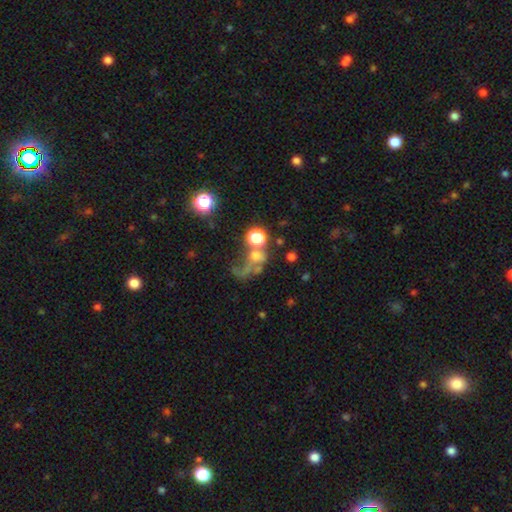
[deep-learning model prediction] smooth_or_featured: smooth (p=0.49) [alt: featured or disk p=0.27]
merging: merger (p=0.33) [alt: major disturbance p=0.32]